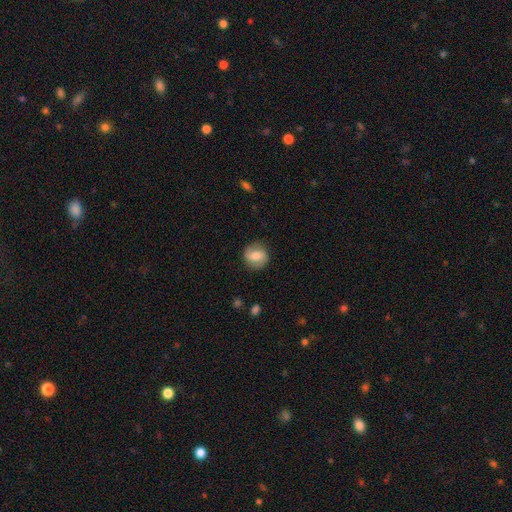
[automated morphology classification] Smooth or featured?
  - smooth: 56% *
  - featured or disk: 37%
  - star or artifact: 7%
How rounded?
  - round: 85% *
  - in between: 14%
  - cigar-shaped: 1%
Merging?
  - none: 84% *
  - minor disturbance: 11%
  - major disturbance: 4%
  - merger: 1%